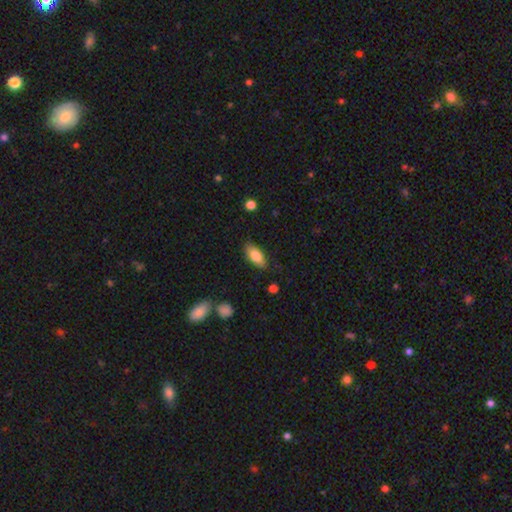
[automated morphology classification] smooth_or_featured: smooth (p=0.80) [alt: featured or disk p=0.14]
how_rounded: in between (p=0.87) [alt: cigar-shaped p=0.11]
merging: none (p=0.83) [alt: minor disturbance p=0.13]